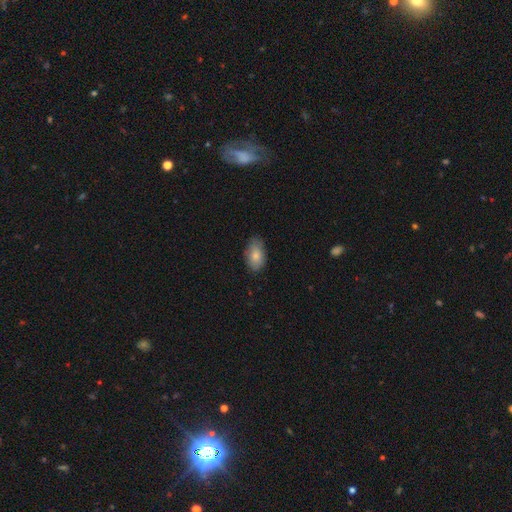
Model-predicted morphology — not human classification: Smooth or featured?
  - smooth: 80% *
  - featured or disk: 13%
  - star or artifact: 7%
How rounded?
  - in between: 91% *
  - round: 8%
  - cigar-shaped: 2%
Merging?
  - none: 74% *
  - minor disturbance: 21%
  - major disturbance: 4%
  - merger: 1%